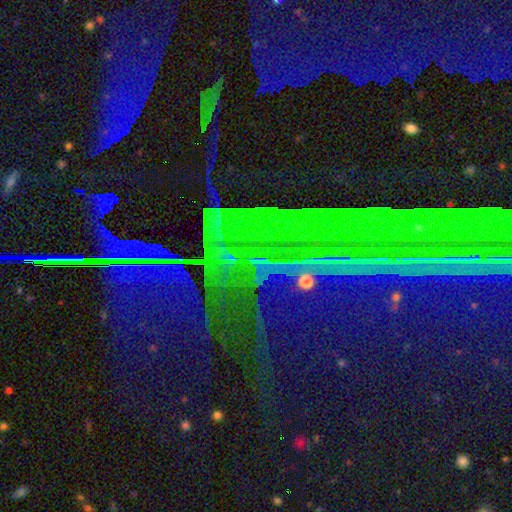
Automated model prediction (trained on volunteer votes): Smooth or featured: star or artifact — 87% (featured or disk — 7%)